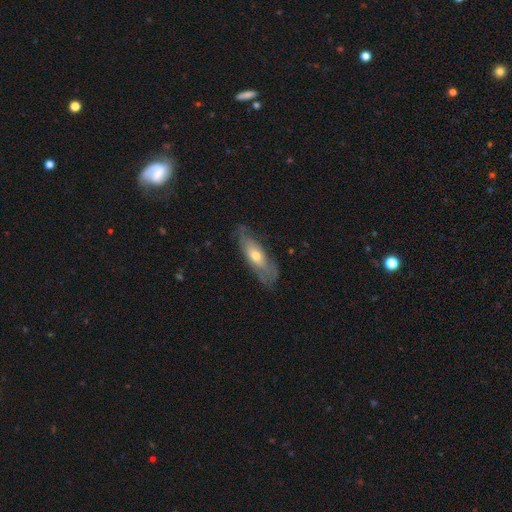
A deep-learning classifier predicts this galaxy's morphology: A featured or disk galaxy (52%).

Vote fractions:
- Smooth or featured? featured or disk: 52% / smooth: 42% / star or artifact: 6%
- Edge-on disk? no: 68% / yes: 32%
- Merging? none: 66% / minor disturbance: 24% / major disturbance: 8% / merger: 1%